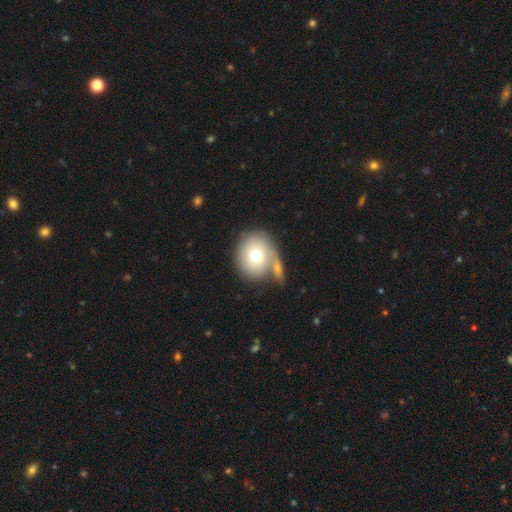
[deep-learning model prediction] A smooth galaxy with no disk features (70%) that is round (74%).

Vote fractions:
- Smooth or featured? smooth: 70% / featured or disk: 21% / star or artifact: 9%
- How rounded? round: 74% / in between: 25% / cigar-shaped: 1%
- Merging? none: 47% / merger: 31% / minor disturbance: 15% / major disturbance: 7%